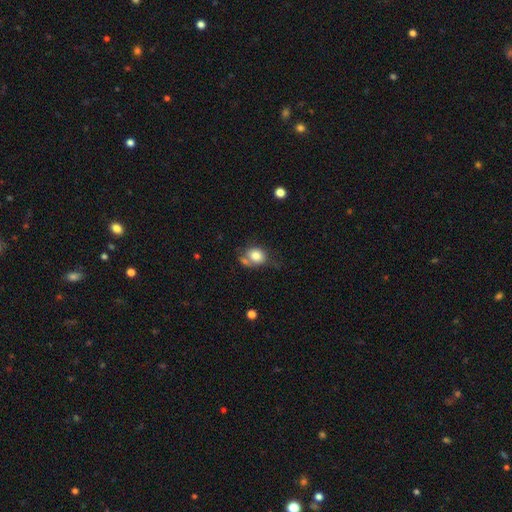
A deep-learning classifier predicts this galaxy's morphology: A smooth galaxy with no disk features (80%) that is round (55%).

Vote fractions:
- Smooth or featured? smooth: 80% / featured or disk: 11% / star or artifact: 9%
- How rounded? round: 55% / in between: 44% / cigar-shaped: 1%
- Merging? none: 46% / minor disturbance: 22% / merger: 20% / major disturbance: 11%